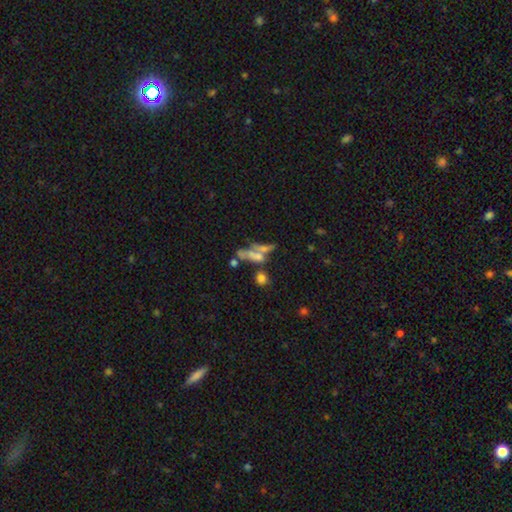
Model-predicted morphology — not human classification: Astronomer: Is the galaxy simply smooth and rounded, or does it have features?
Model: featured or disk — 43% (runner-up: smooth, 37%).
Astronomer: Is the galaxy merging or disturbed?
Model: merger — 38% (runner-up: none, 32%).